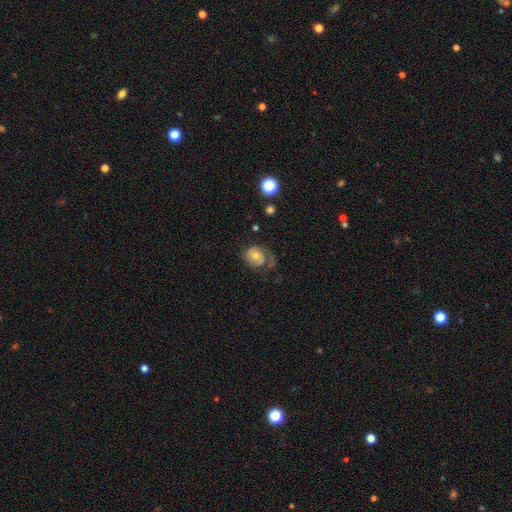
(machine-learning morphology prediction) Q: Smooth or featured?
A: featured or disk (55%); runner-up: smooth (37%)
Q: Edge-on disk?
A: no (97%); runner-up: yes (3%)
Q: Bar?
A: no (77%); runner-up: weak (19%)
Q: Spiral arms?
A: yes (76%); runner-up: no (24%)
Q: Bulge size?
A: moderate (58%); runner-up: small (35%)
Q: Merging?
A: none (42%); runner-up: major disturbance (31%)